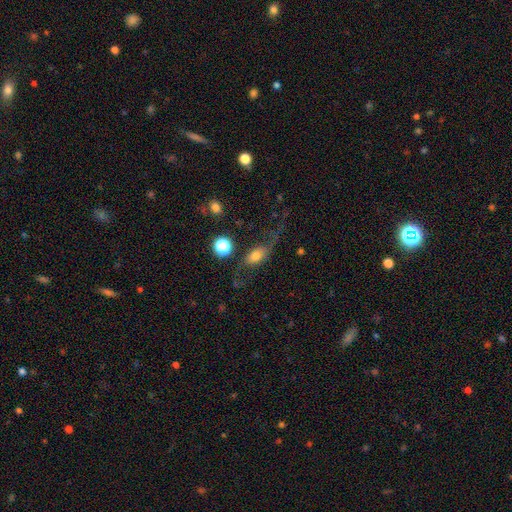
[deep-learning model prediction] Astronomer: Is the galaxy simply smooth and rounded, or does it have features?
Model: smooth — 49% (runner-up: featured or disk, 39%).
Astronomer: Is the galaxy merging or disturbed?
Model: none — 42% (runner-up: major disturbance, 32%).